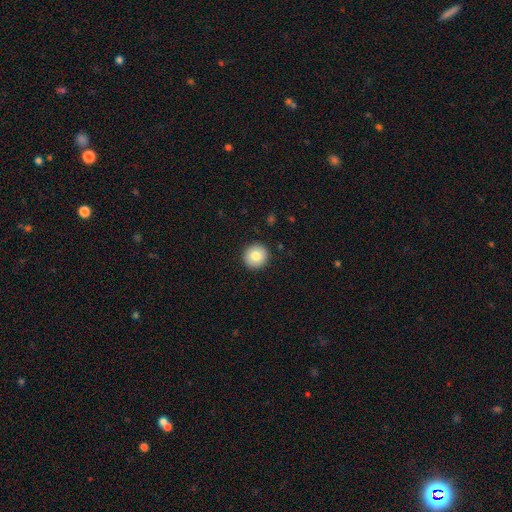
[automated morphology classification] Q: Smooth or featured?
A: smooth (81%); runner-up: featured or disk (11%)
Q: How rounded?
A: round (94%); runner-up: in between (5%)
Q: Merging?
A: none (92%); runner-up: minor disturbance (5%)